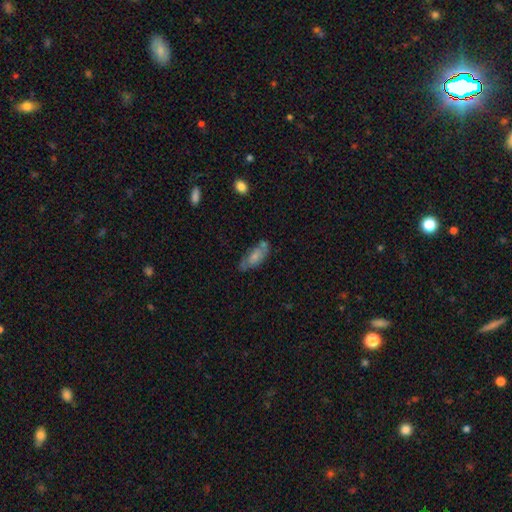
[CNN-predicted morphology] Smooth or featured? smooth (58%)
How rounded? in between (78%)
Merging? none (56%)